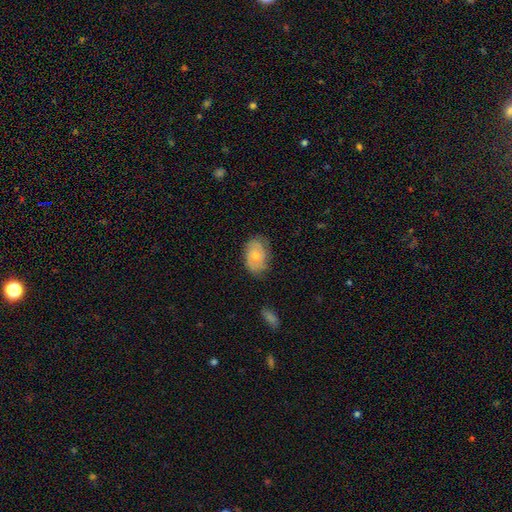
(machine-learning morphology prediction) Smooth or featured? smooth (55%)
How rounded? in between (80%)
Merging? none (72%)